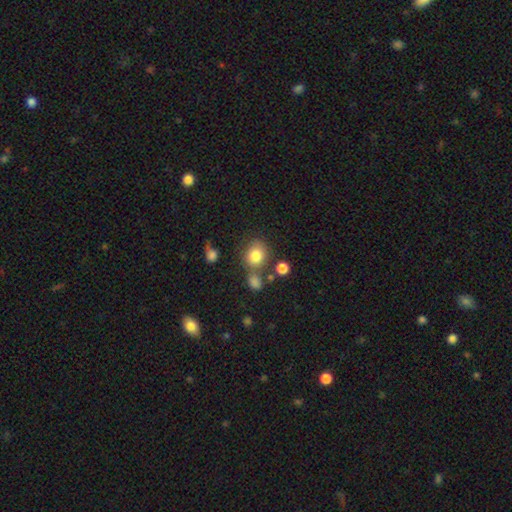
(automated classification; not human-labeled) Smooth or featured? Predicted: smooth (p=0.80). How rounded? Predicted: round (p=0.72). Merging? Predicted: none (p=0.65).